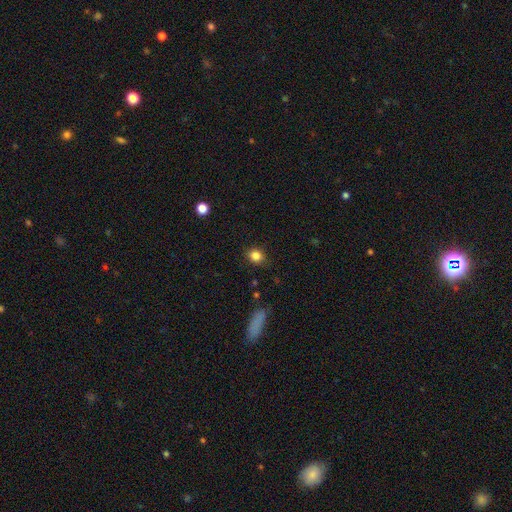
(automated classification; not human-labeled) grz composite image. It shows a smooth galaxy with no disk features (84%) that is round (63%). Merging: none (83%).